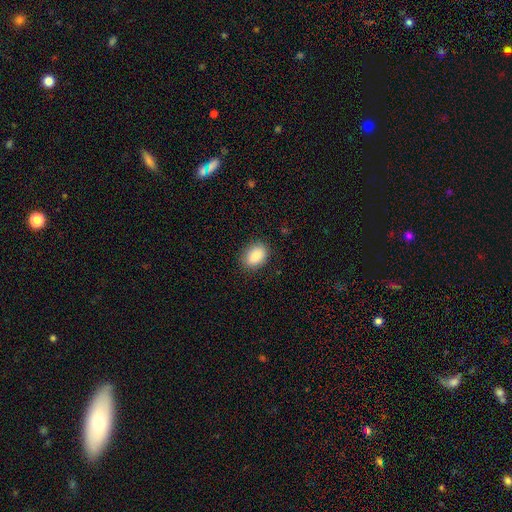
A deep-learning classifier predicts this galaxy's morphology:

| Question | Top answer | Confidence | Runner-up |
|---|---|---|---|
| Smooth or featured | smooth | 89% | star or artifact (7%) |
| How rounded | in between | 80% | round (19%) |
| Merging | none | 86% | minor disturbance (10%) |